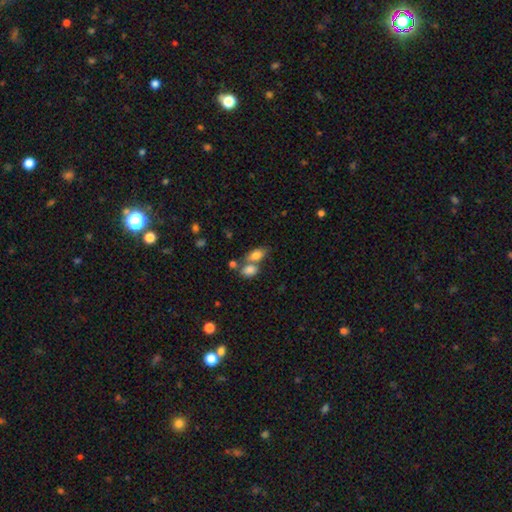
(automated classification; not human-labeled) A smooth galaxy with no disk features (79%) that is in between round and cigar-shaped (87%).

Vote fractions:
- Smooth or featured? smooth: 79% / featured or disk: 12% / star or artifact: 9%
- How rounded? in between: 87% / round: 9% / cigar-shaped: 4%
- Merging? merger: 46% / none: 40% / minor disturbance: 10% / major disturbance: 4%